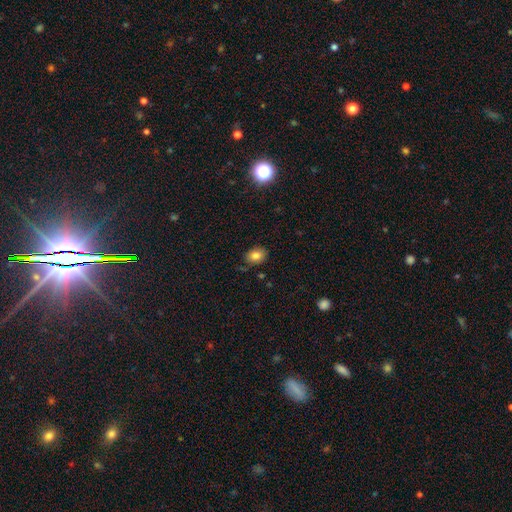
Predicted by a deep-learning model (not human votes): smooth-or-featured: smooth: 82% | star or artifact: 10% | featured or disk: 8%
  how-rounded: in between: 66% | round: 33% | cigar-shaped: 1%
  merging: none: 81% | minor disturbance: 14% | major disturbance: 3% | merger: 2%